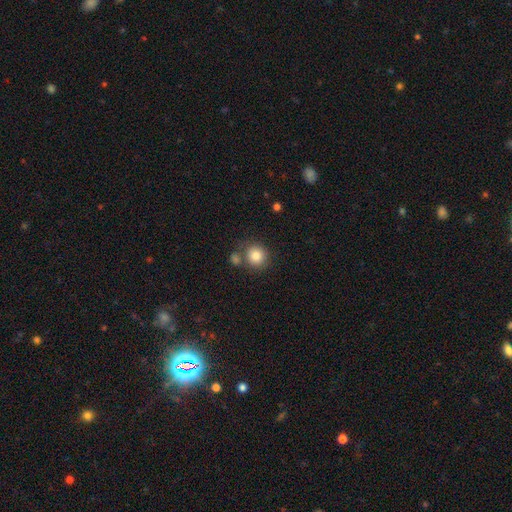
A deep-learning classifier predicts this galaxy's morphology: smooth_or_featured: smooth (p=0.82) [alt: star or artifact p=0.10]
how_rounded: round (p=0.90) [alt: in between p=0.10]
merging: none (p=0.67) [alt: merger p=0.19]